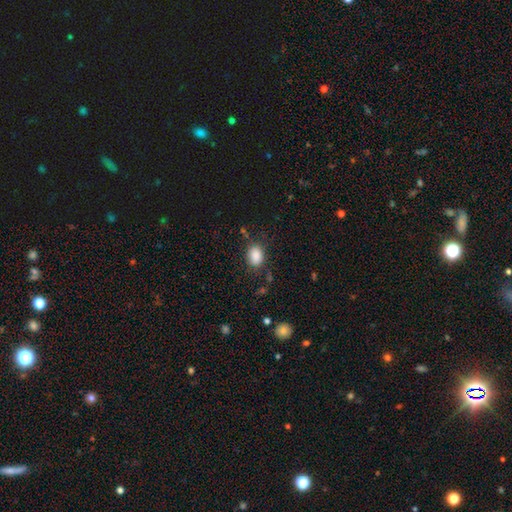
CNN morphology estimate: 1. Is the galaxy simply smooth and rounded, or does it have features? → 87% smooth, 9% star or artifact, 5% featured or disk.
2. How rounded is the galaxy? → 71% in between, 28% round, 1% cigar-shaped.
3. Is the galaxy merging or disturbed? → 75% none, 17% minor disturbance, 6% major disturbance, 3% merger.